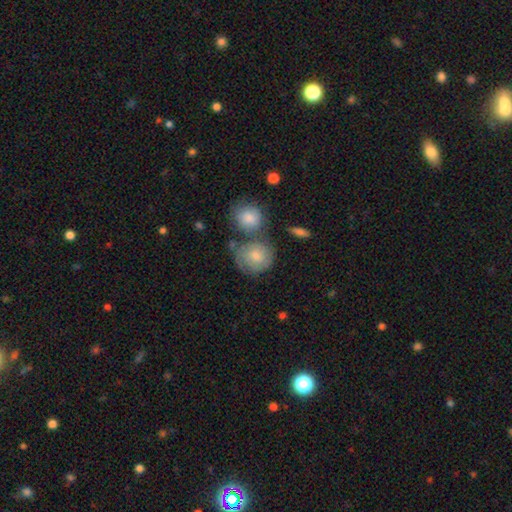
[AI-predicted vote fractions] This appears to be a smooth galaxy with no disk features (58%) that is round (79%). Merging: none (47%).